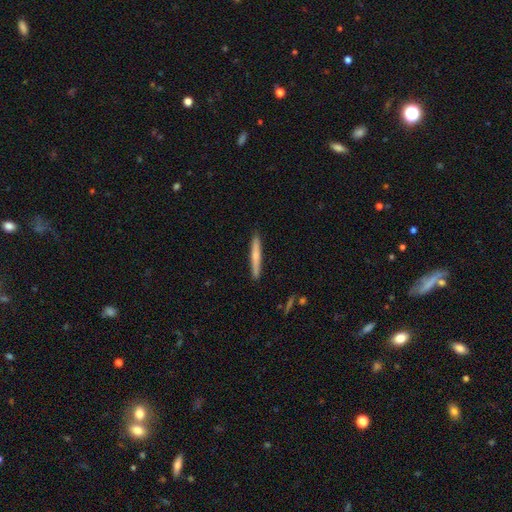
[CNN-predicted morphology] smooth 62%, featured or disk 33%, star or artifact 6%. Down the decision tree: how rounded — cigar-shaped (96%); merging — none (91%).